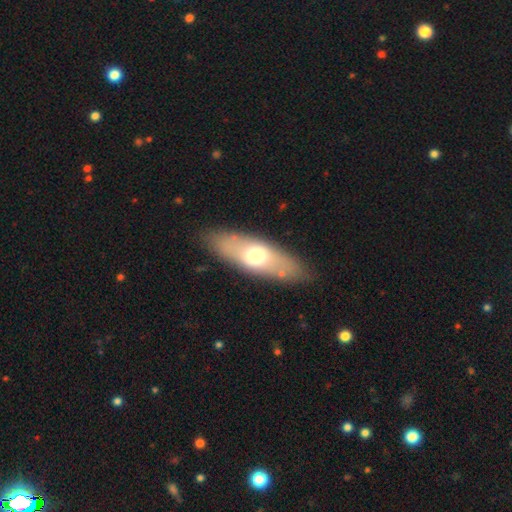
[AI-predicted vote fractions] smooth_or_featured: smooth (p=0.60) [alt: featured or disk p=0.33]
how_rounded: in between (p=0.65) [alt: cigar-shaped p=0.32]
merging: none (p=0.83) [alt: minor disturbance p=0.11]